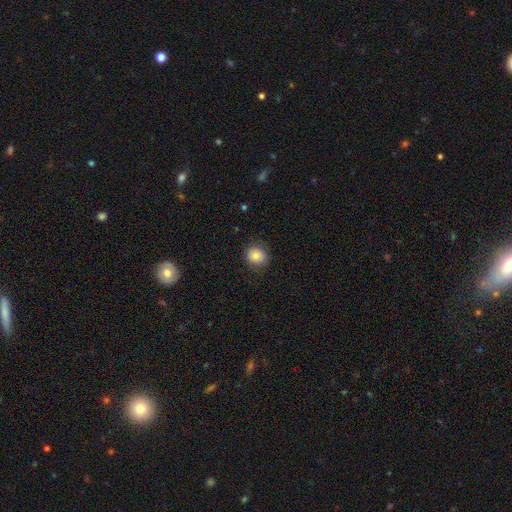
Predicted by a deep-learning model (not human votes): smooth-or-featured: smooth: 83% | star or artifact: 9% | featured or disk: 8%
  how-rounded: round: 79% | in between: 20% | cigar-shaped: 1%
  merging: none: 83% | minor disturbance: 12% | major disturbance: 3% | merger: 1%